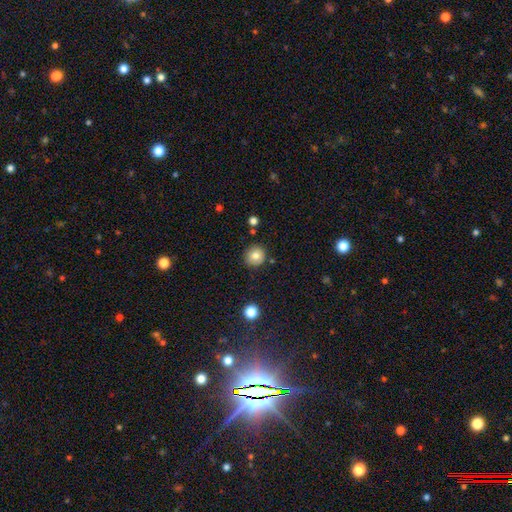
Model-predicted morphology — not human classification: A smooth galaxy with no disk features (80%) that is round (93%).

Vote fractions:
- Smooth or featured? smooth: 80% / star or artifact: 10% / featured or disk: 10%
- How rounded? round: 93% / in between: 6% / cigar-shaped: 1%
- Merging? none: 86% / minor disturbance: 9% / merger: 3% / major disturbance: 2%